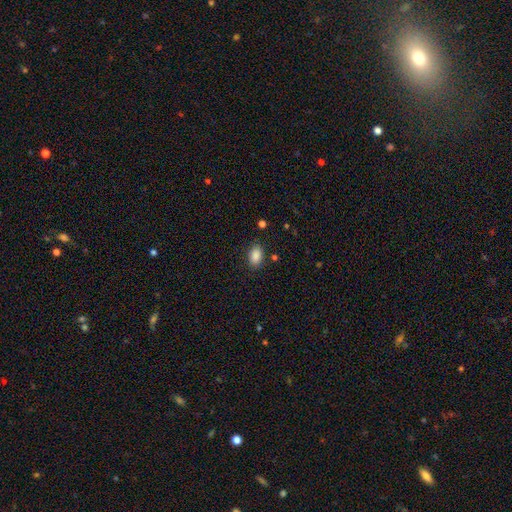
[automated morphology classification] smooth_or_featured: smooth (p=0.87) [alt: star or artifact p=0.09]
how_rounded: in between (p=0.88) [alt: round p=0.10]
merging: none (p=0.84) [alt: minor disturbance p=0.11]